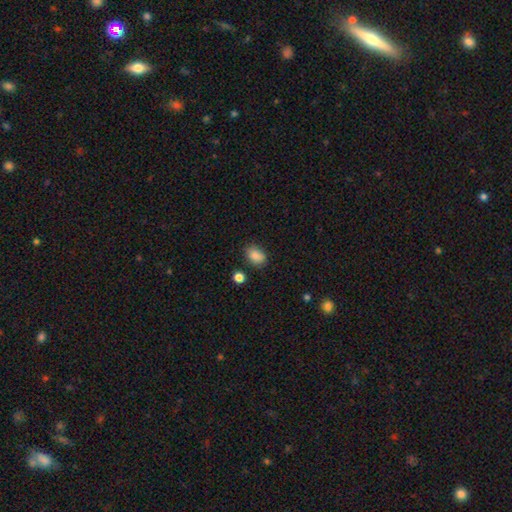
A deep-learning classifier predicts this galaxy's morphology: Overall: smooth (86%). How rounded: in between (80%). Merging: none (74%).